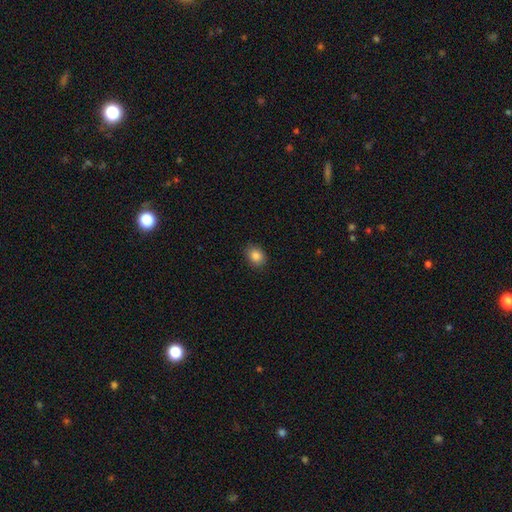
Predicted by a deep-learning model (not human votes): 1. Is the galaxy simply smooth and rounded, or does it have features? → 85% smooth, 9% star or artifact, 5% featured or disk.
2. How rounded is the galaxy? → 53% in between, 46% round, 1% cigar-shaped.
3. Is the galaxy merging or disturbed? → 86% none, 11% minor disturbance, 2% major disturbance, 1% merger.